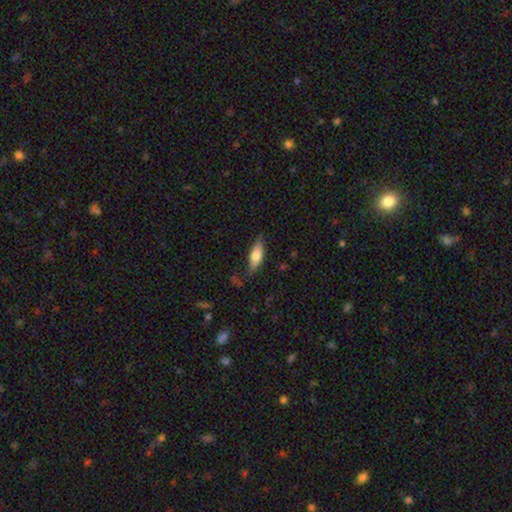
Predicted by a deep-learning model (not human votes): Smooth or featured? smooth (69%)
How rounded? in between (62%)
Merging? none (74%)